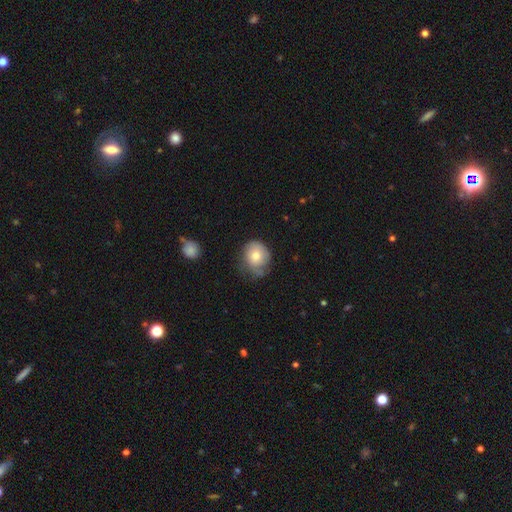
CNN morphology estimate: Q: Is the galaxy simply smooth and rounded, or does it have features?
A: smooth — 70%.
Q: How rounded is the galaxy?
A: round — 71%.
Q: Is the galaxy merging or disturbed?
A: none — 51%.